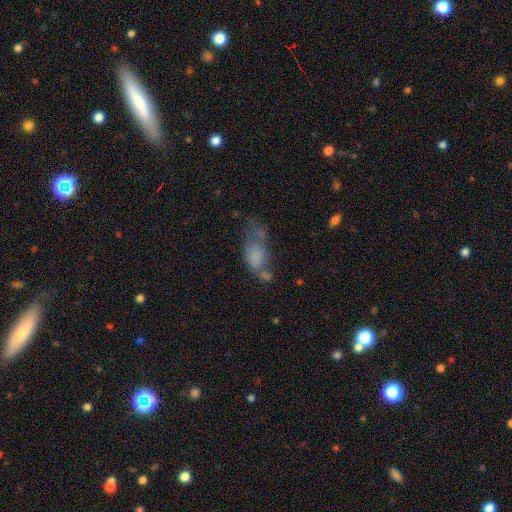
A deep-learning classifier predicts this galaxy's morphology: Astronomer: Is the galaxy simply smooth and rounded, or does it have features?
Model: smooth — 69%.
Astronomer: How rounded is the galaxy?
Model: in between — 87%.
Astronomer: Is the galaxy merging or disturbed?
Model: merger — 28% (runner-up: major disturbance, 26%).